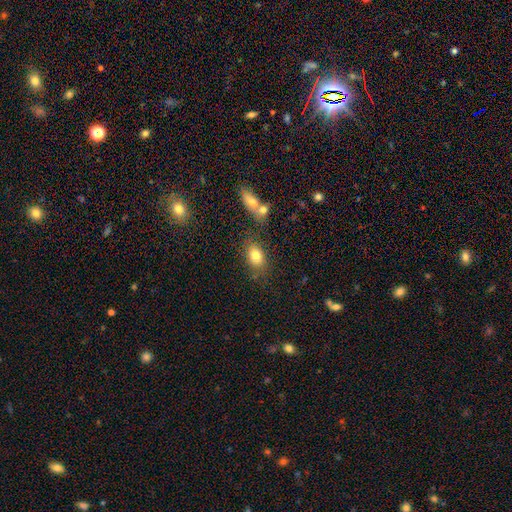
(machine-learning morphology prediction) smooth-or-featured: smooth: 80% | featured or disk: 11% | star or artifact: 9%
  how-rounded: in between: 79% | round: 19% | cigar-shaped: 2%
  merging: none: 72% | minor disturbance: 14% | merger: 9% | major disturbance: 5%